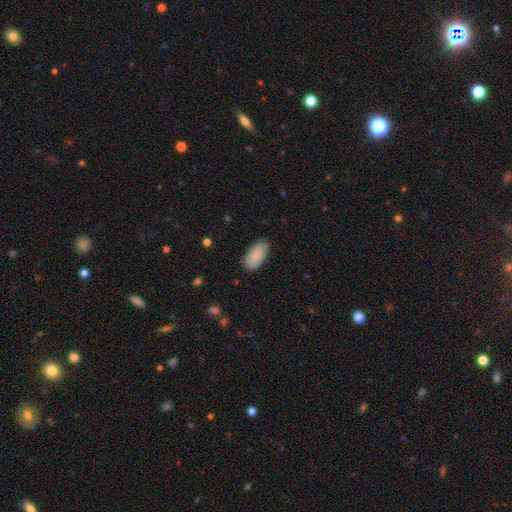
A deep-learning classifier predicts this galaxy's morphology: smooth_or_featured: smooth (p=0.86) [alt: featured or disk p=0.08]
how_rounded: in between (p=0.93) [alt: cigar-shaped p=0.05]
merging: none (p=0.82) [alt: minor disturbance p=0.14]